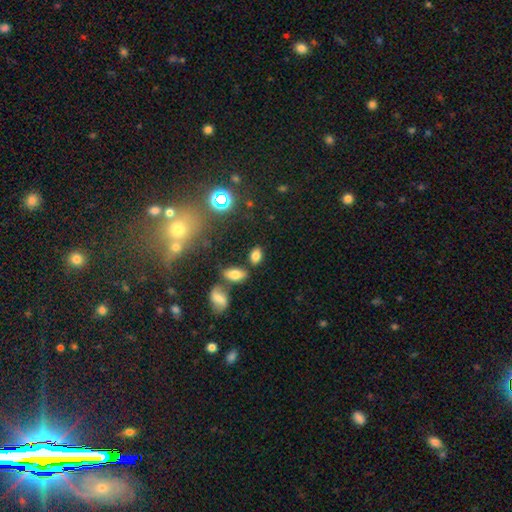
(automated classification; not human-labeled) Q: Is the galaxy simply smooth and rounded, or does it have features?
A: smooth — 77%.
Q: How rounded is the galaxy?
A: in between — 87%.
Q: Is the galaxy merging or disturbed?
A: none — 76%.